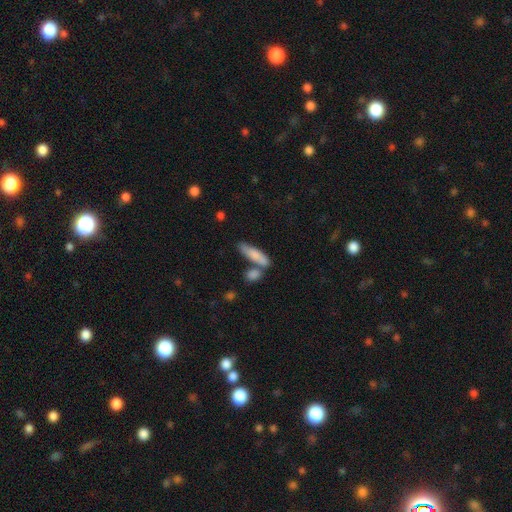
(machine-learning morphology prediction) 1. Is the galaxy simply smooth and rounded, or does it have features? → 79% smooth, 15% featured or disk, 6% star or artifact.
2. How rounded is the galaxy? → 57% cigar-shaped, 40% in between, 3% round.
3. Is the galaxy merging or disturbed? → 56% none, 26% merger, 14% minor disturbance, 5% major disturbance.